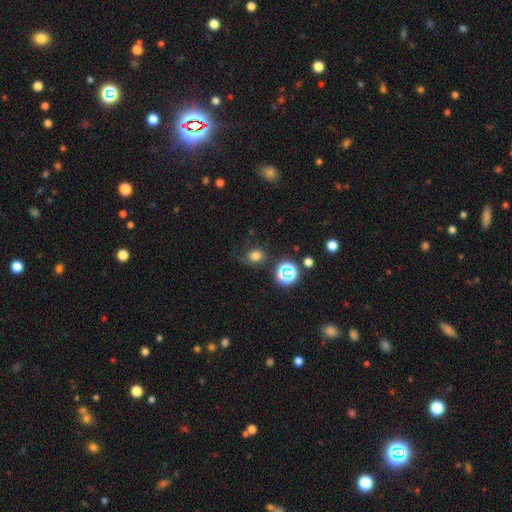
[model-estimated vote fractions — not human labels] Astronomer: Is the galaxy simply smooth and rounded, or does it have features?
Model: smooth — 71%.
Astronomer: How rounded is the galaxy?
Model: round — 63%.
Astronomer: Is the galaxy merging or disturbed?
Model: none — 57%.